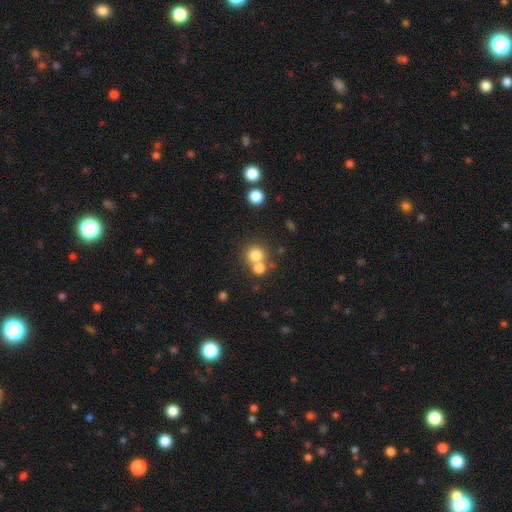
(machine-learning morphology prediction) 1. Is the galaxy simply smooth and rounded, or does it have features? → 77% smooth, 14% star or artifact, 10% featured or disk.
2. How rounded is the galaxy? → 88% round, 11% in between, 1% cigar-shaped.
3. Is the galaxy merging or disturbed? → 52% none, 39% merger, 7% minor disturbance, 3% major disturbance.